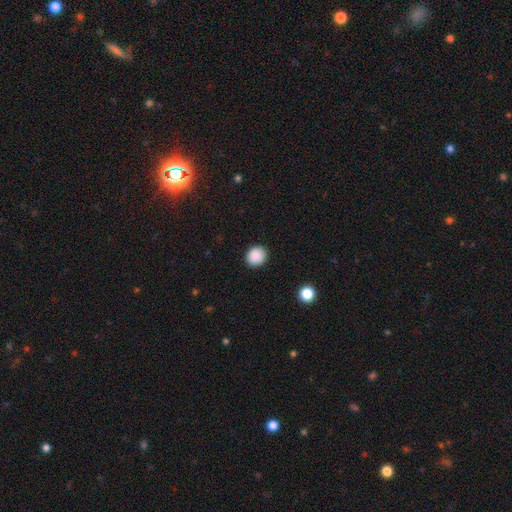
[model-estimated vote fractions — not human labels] smooth-or-featured: smooth: 88% | star or artifact: 9% | featured or disk: 3%
  how-rounded: round: 82% | in between: 17% | cigar-shaped: 1%
  merging: none: 90% | minor disturbance: 7% | major disturbance: 2% | merger: 1%